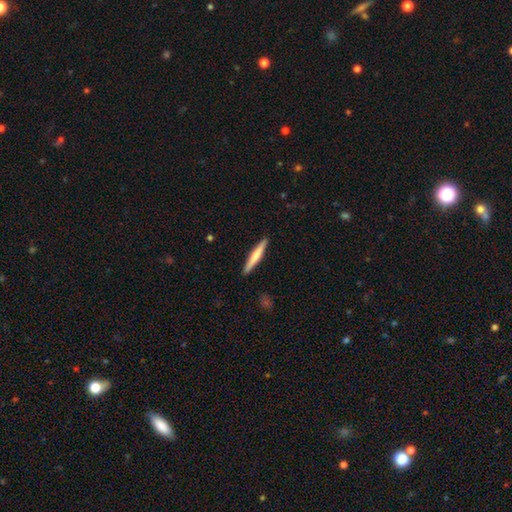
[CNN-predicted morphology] This appears to be a smooth galaxy with no disk features (57%) that is cigar-shaped (94%). Merging: none (92%).